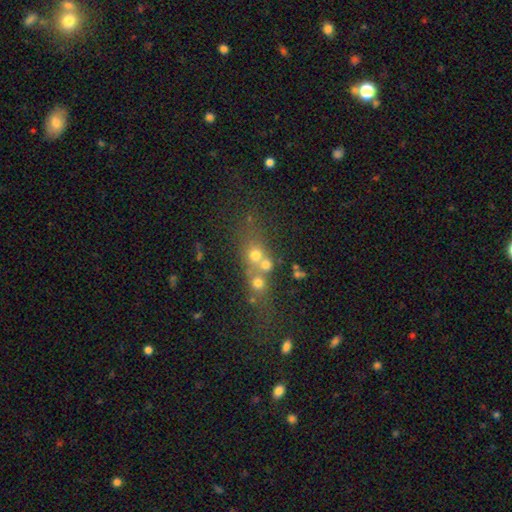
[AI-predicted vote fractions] smooth_or_featured: smooth (p=0.53) [alt: featured or disk p=0.24]
how_rounded: round (p=0.72) [alt: in between p=0.22]
merging: merger (p=0.50) [alt: none p=0.35]